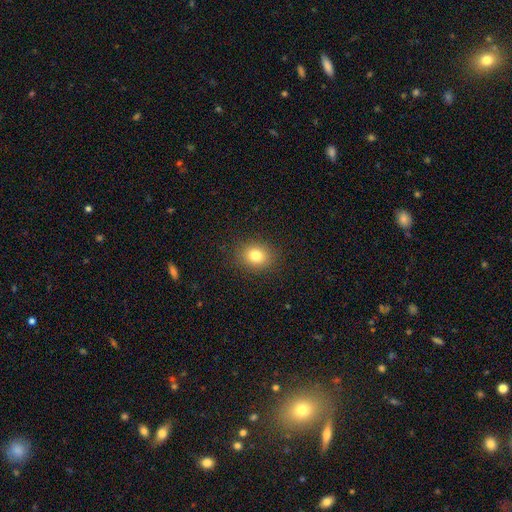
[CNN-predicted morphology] This appears to be a smooth galaxy with no disk features (81%) that is round (60%). Merging: none (89%).